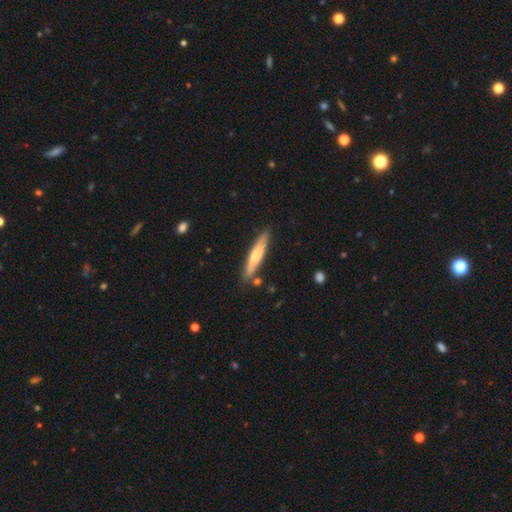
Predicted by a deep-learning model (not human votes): This is possibly a smooth galaxy (58%). How rounded: clearly cigar-shaped (89%). Merging: clearly none (83%).